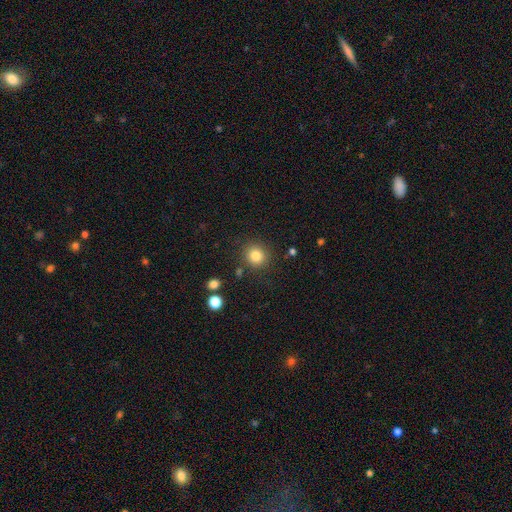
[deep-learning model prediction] Q: Smooth or featured?
A: smooth (83%); runner-up: star or artifact (11%)
Q: How rounded?
A: round (89%); runner-up: in between (10%)
Q: Merging?
A: none (86%); runner-up: minor disturbance (8%)